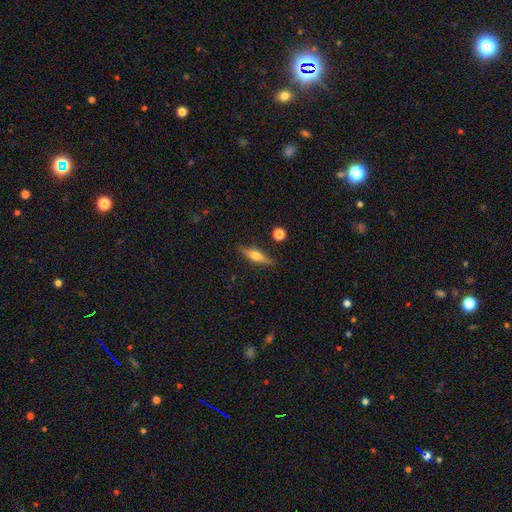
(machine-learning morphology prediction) Overall: featured or disk (53%; smooth 40%). Edge-on disk: yes (93%). Merging: none (85%).